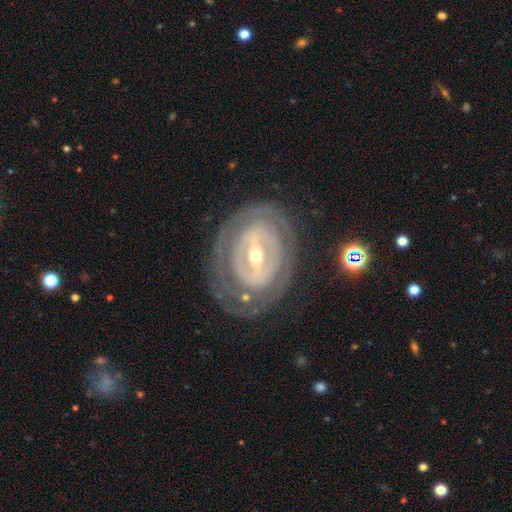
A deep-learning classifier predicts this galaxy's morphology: This appears to be a featured or disk galaxy (84%) with a strong bar (52%), tight (74%) spiral arms (66%) and a moderate central bulge (48%, tied with small). Merging: none (75%).